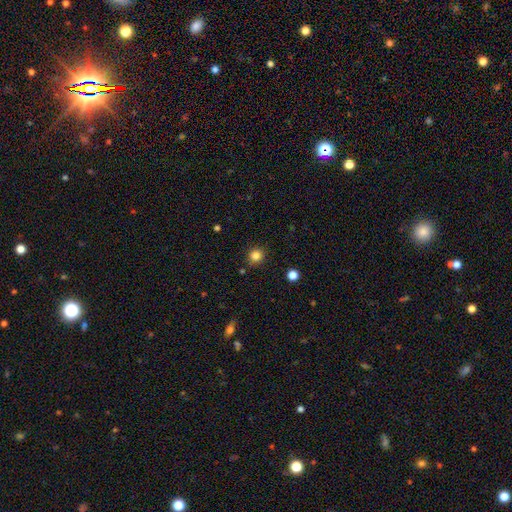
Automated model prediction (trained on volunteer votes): Overall: smooth (83%). How rounded: round (92%). Merging: none (89%).